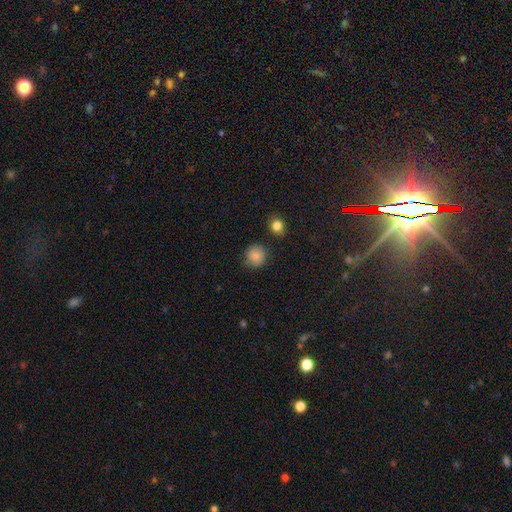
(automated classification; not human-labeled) smooth 85%, star or artifact 10%, featured or disk 5%. Down the decision tree: how rounded — round (90%); merging — none (81%).